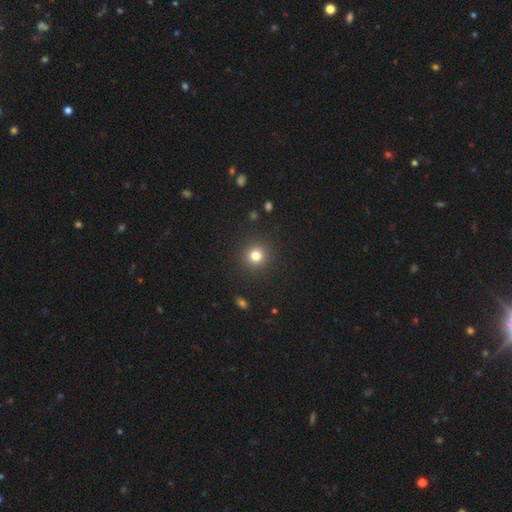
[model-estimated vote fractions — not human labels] A smooth galaxy with no disk features (80%) that is round (93%). Merging: none (91%).